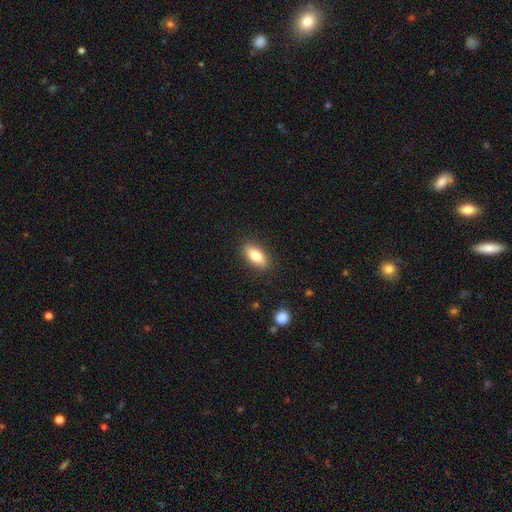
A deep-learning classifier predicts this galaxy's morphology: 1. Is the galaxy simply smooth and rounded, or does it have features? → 80% smooth, 14% featured or disk, 7% star or artifact.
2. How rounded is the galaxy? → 81% in between, 16% cigar-shaped, 3% round.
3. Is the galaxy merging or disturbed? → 88% none, 8% minor disturbance, 2% major disturbance, 1% merger.